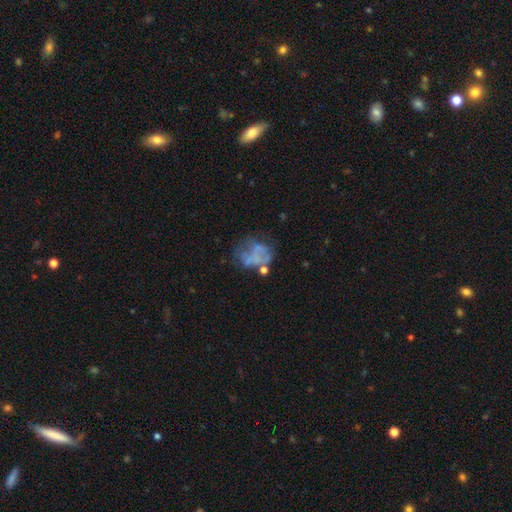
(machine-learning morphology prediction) Smooth or featured?
  - featured or disk: 53% *
  - smooth: 32%
  - star or artifact: 15%
Edge-on disk?
  - no: 98% *
  - yes: 2%
Bar?
  - no: 93% *
  - weak: 5%
  - strong: 2%
Spiral arms?
  - no: 91% *
  - yes: 9%
Bulge size?
  - none: 83% *
  - small: 8%
  - moderate: 6%
  - large: 2%
  - dominant: 1%
Merging?
  - none: 38% *
  - major disturbance: 29%
  - minor disturbance: 21%
  - merger: 11%